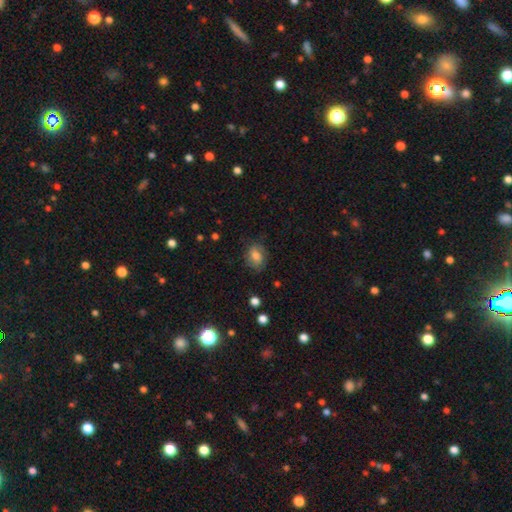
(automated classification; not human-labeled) Smooth or featured?
  - smooth: 70% *
  - featured or disk: 20%
  - star or artifact: 10%
How rounded?
  - in between: 63% *
  - round: 36%
  - cigar-shaped: 1%
Merging?
  - none: 72% *
  - minor disturbance: 20%
  - major disturbance: 7%
  - merger: 1%